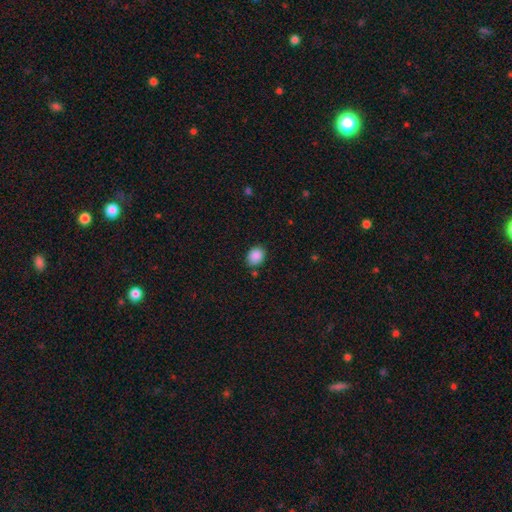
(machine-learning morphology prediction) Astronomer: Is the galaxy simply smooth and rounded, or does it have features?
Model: smooth — 88%.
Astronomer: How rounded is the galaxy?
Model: in between — 51% (runner-up: round, 48%).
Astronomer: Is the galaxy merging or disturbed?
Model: none — 82%.